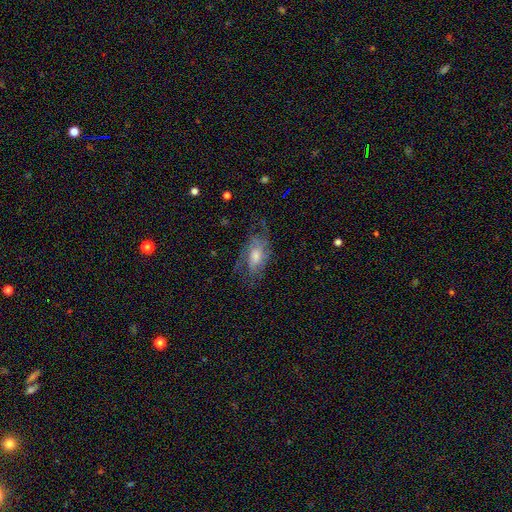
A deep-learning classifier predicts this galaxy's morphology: Smooth or featured? Predicted: featured or disk (p=0.59). Edge-on disk? Predicted: no (p=0.89). Bar? Predicted: no (p=0.67). Spiral arms? Predicted: yes (p=0.78). Bulge size? Predicted: moderate (p=0.55). Merging? Predicted: none (p=0.60).